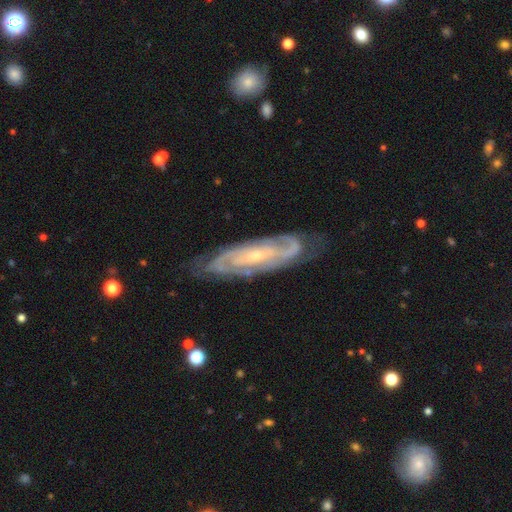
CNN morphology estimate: Smooth or featured? Predicted: featured or disk (p=0.87). Edge-on disk? Predicted: no (p=0.87). Bar? Predicted: no (p=0.50). Spiral arms? Predicted: yes (p=0.96). Spiral winding? Predicted: tight (p=0.61). Spiral arm count? Predicted: 2 (p=0.45). Bulge size? Predicted: small (p=0.75). Merging? Predicted: none (p=0.76).